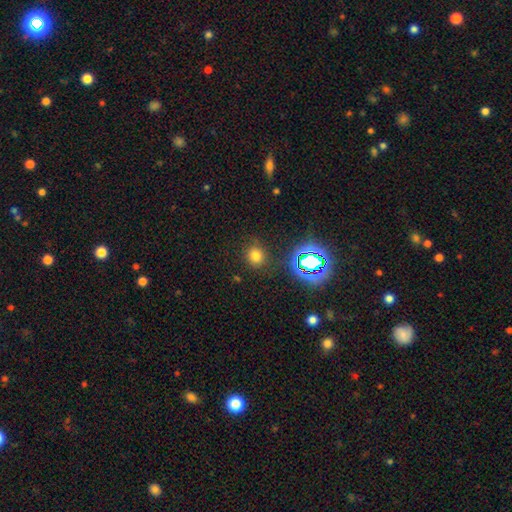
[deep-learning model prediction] Overall: smooth (70%). How rounded: round (82%). Merging: none (83%).